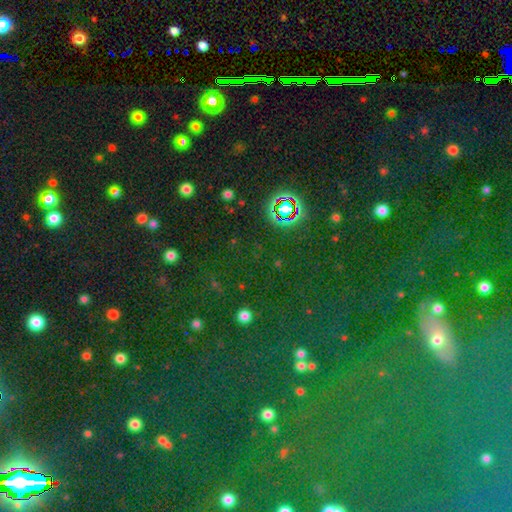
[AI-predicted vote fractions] star or artifact 71%, smooth 19%, featured or disk 10%.